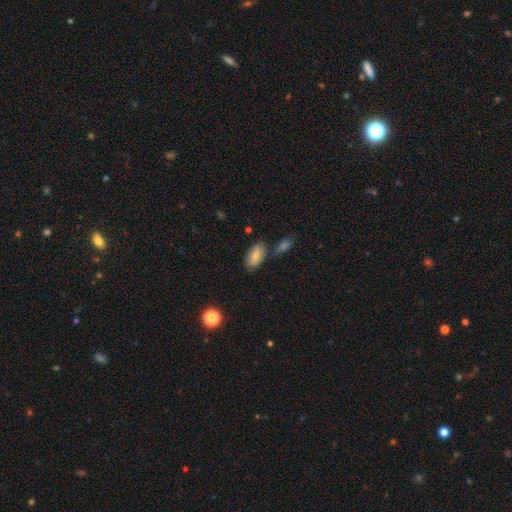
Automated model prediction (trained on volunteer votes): smooth-or-featured: smooth: 73% | featured or disk: 19% | star or artifact: 8%
  how-rounded: in between: 91% | cigar-shaped: 4% | round: 4%
  merging: none: 67% | minor disturbance: 18% | merger: 11% | major disturbance: 5%